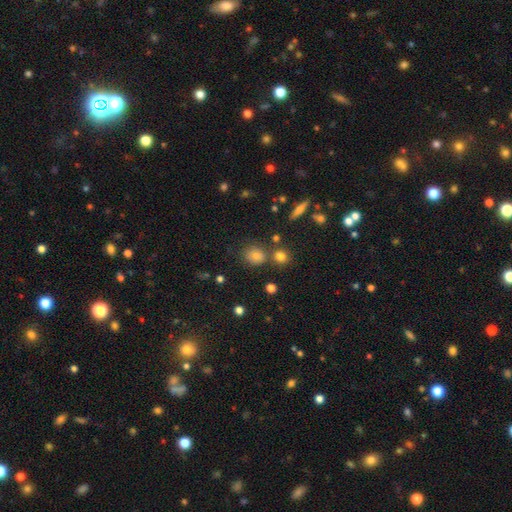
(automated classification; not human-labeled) A smooth galaxy with no disk features (74%) that is round (79%).

Vote fractions:
- Smooth or featured? smooth: 74% / star or artifact: 15% / featured or disk: 11%
- How rounded? round: 79% / in between: 20% / cigar-shaped: 1%
- Merging? none: 75% / minor disturbance: 12% / merger: 10% / major disturbance: 4%